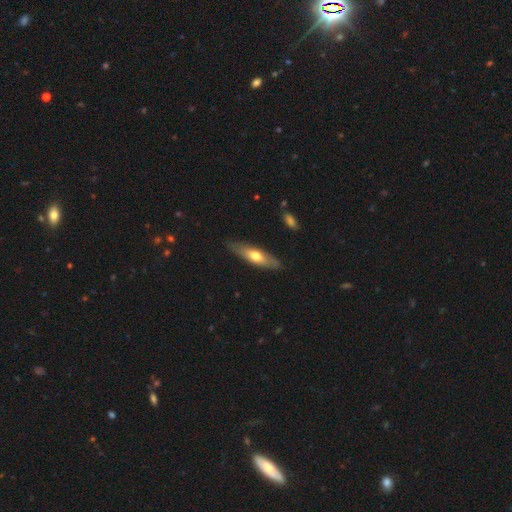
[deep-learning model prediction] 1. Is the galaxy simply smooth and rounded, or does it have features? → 54% smooth, 41% featured or disk, 5% star or artifact.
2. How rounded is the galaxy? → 65% cigar-shaped, 33% in between, 2% round.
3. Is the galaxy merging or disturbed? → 85% none, 12% minor disturbance, 2% major disturbance, 1% merger.